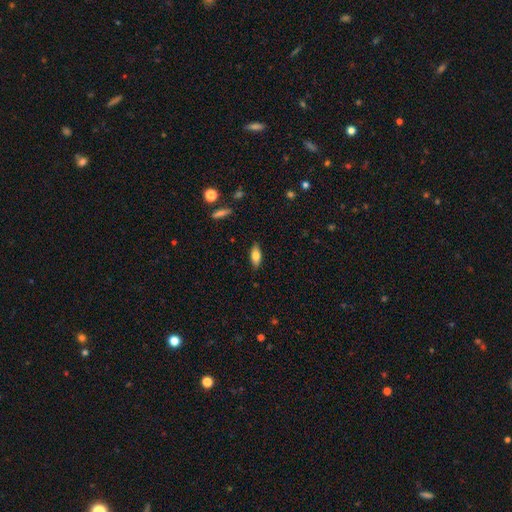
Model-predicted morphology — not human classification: Smooth or featured?
  - smooth: 72% *
  - featured or disk: 21%
  - star or artifact: 7%
How rounded?
  - in between: 78% *
  - cigar-shaped: 19%
  - round: 3%
Merging?
  - none: 86% *
  - minor disturbance: 11%
  - major disturbance: 2%
  - merger: 1%